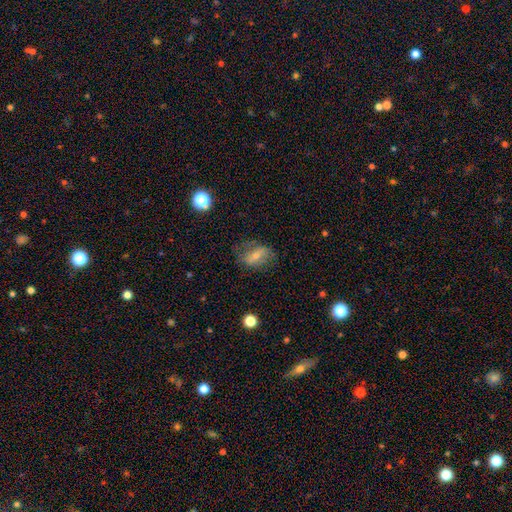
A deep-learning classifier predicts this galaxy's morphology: Overall: smooth (54%; featured or disk 36%). How rounded: in between (81%). Merging: none (61%; minor disturbance 24%).